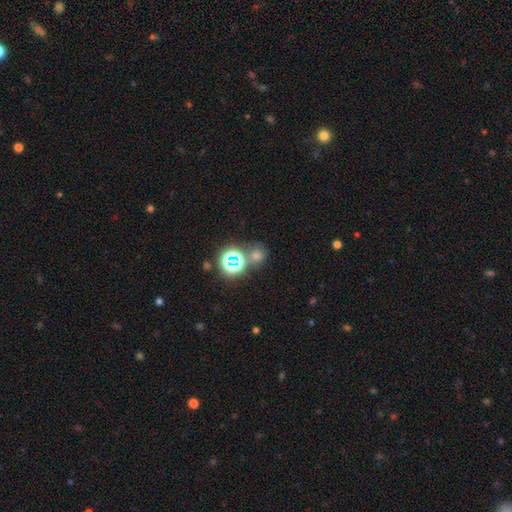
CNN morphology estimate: Smooth or featured?
  - star or artifact: 48% *
  - smooth: 45%
  - featured or disk: 8%